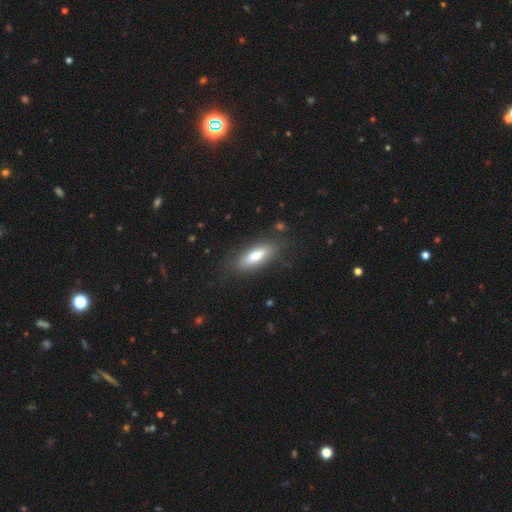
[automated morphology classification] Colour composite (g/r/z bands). It shows a smooth galaxy with no disk features (71%) that is in between round and cigar-shaped (59%). Merging: none (81%).